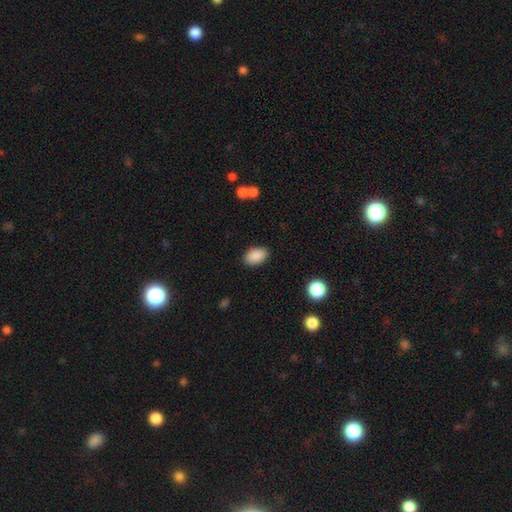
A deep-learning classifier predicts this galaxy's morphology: smooth-or-featured: smooth: 89% | star or artifact: 7% | featured or disk: 3%
  how-rounded: in between: 90% | round: 9% | cigar-shaped: 1%
  merging: none: 87% | minor disturbance: 9% | major disturbance: 2% | merger: 1%